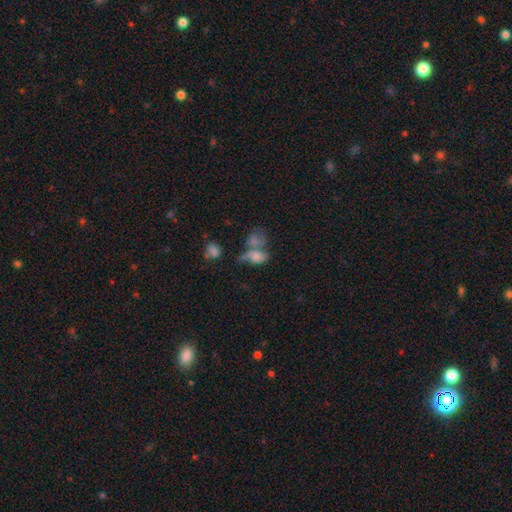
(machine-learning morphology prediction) Q: Smooth or featured?
A: smooth (59%); runner-up: featured or disk (28%)
Q: How rounded?
A: in between (78%); runner-up: round (18%)
Q: Merging?
A: merger (53%); runner-up: major disturbance (20%)